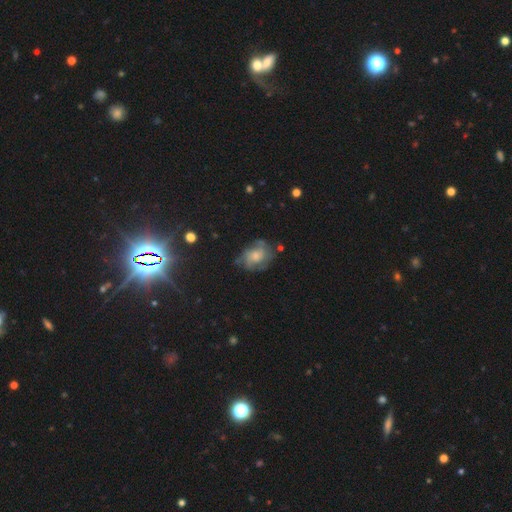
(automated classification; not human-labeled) Q: Smooth or featured?
A: featured or disk (64%); runner-up: smooth (27%)
Q: Edge-on disk?
A: no (97%); runner-up: yes (3%)
Q: Bar?
A: no (74%); runner-up: weak (22%)
Q: Spiral arms?
A: yes (82%); runner-up: no (18%)
Q: Spiral winding?
A: tight (42%); runner-up: medium (41%)
Q: Spiral arm count?
A: can't tell (40%); runner-up: 3 (21%)
Q: Bulge size?
A: moderate (43%); runner-up: small (34%)
Q: Merging?
A: none (61%); runner-up: minor disturbance (23%)